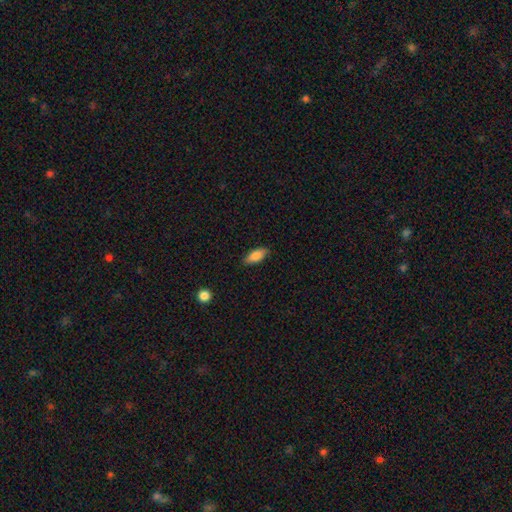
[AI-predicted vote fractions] Smooth or featured? Predicted: smooth (p=0.82). How rounded? Predicted: in between (p=0.80). Merging? Predicted: none (p=0.85).